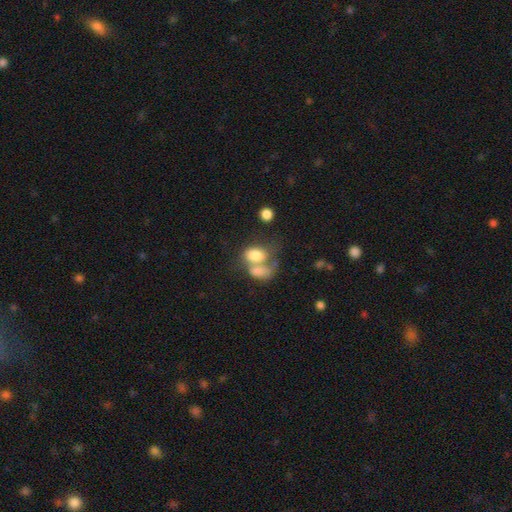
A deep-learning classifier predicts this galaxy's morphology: A smooth galaxy with no disk features (73%) that is in between round and cigar-shaped (77%).

Vote fractions:
- Smooth or featured? smooth: 73% / featured or disk: 18% / star or artifact: 9%
- How rounded? in between: 77% / round: 21% / cigar-shaped: 2%
- Merging? merger: 65% / none: 17% / major disturbance: 10% / minor disturbance: 8%